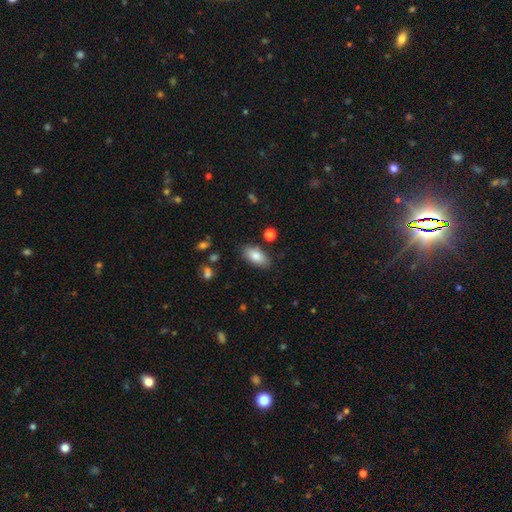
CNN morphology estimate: Smooth or featured?
  - smooth: 83% *
  - featured or disk: 10%
  - star or artifact: 7%
How rounded?
  - in between: 90% *
  - cigar-shaped: 7%
  - round: 3%
Merging?
  - none: 83% *
  - minor disturbance: 12%
  - major disturbance: 3%
  - merger: 3%